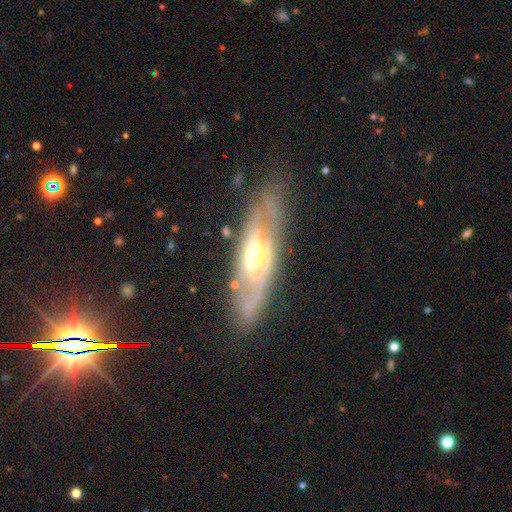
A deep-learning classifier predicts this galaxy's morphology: Overall: featured or disk (77%). Edge-on disk: no (63%; yes 37%). Merging: none (74%).